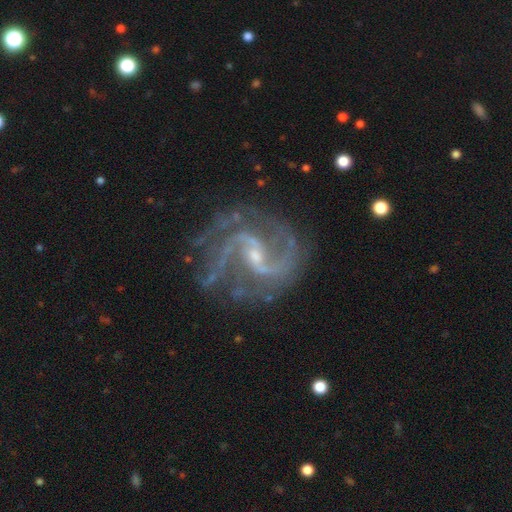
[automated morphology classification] smooth_or_featured: featured or disk (p=0.93) [alt: star or artifact p=0.05]
disk_edge_on: no (p=0.98) [alt: yes p=0.02]
bar: weak (p=0.52) [alt: no p=0.28]
has_spiral_arms: yes (p=0.98) [alt: no p=0.02]
spiral_winding: medium (p=0.60) [alt: loose p=0.24]
spiral_arm_count: 2 (p=0.75) [alt: 3 p=0.08]
bulge_size: small (p=0.71) [alt: moderate p=0.23]
merging: none (p=0.71) [alt: minor disturbance p=0.17]